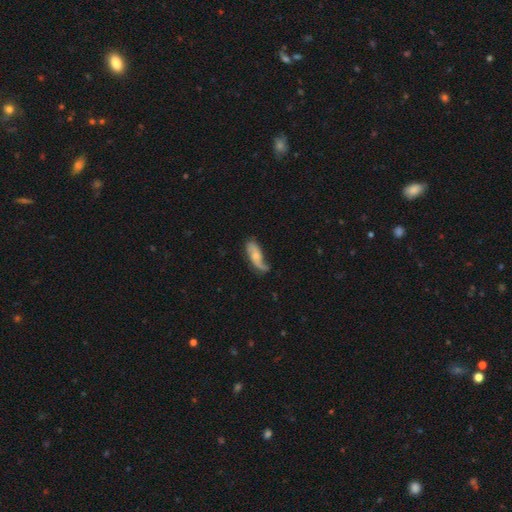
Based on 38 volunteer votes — smooth_or_featured: featured or disk (p=0.50) [alt: smooth p=0.45]
disk_edge_on: no (p=1.00)
bar: no (p=0.79) [alt: weak p=0.16]
has_spiral_arms: yes (p=0.89) [alt: no p=0.11]
spiral_winding: loose (p=0.82) [alt: tight p=0.12]
spiral_arm_count: 2 (p=0.88) [alt: 1 p=0.12]
bulge_size: small (p=0.53) [alt: moderate p=0.37]
merging: none (p=0.36) [alt: minor disturbance p=0.31]